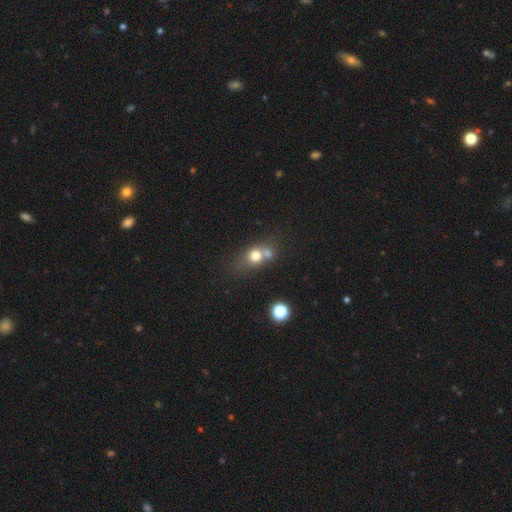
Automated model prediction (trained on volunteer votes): Smooth or featured?
  - smooth: 70% *
  - featured or disk: 17%
  - star or artifact: 13%
How rounded?
  - round: 64% *
  - in between: 33%
  - cigar-shaped: 2%
Merging?
  - merger: 51% *
  - none: 32%
  - minor disturbance: 11%
  - major disturbance: 7%